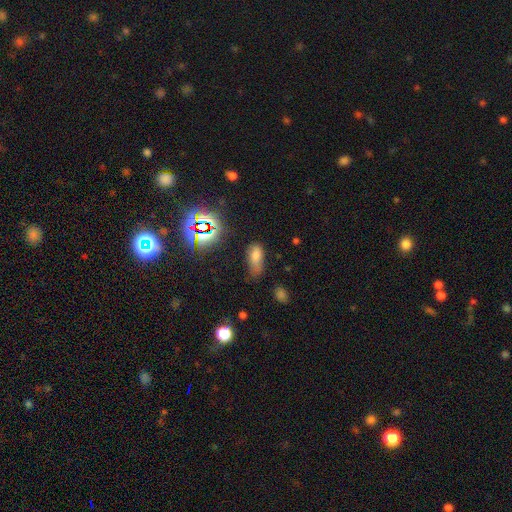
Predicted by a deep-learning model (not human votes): Overall: smooth (65%). How rounded: in between (85%). Merging: none (45%; minor disturbance 35%).